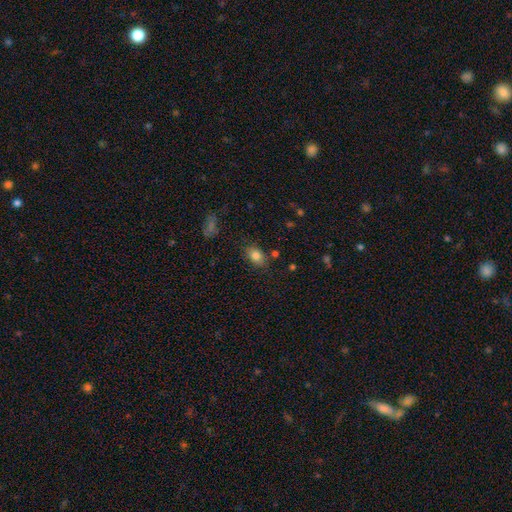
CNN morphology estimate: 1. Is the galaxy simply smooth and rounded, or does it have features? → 82% smooth, 10% star or artifact, 8% featured or disk.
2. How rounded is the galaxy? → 76% in between, 22% round, 2% cigar-shaped.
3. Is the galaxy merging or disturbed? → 79% none, 15% minor disturbance, 4% major disturbance, 3% merger.